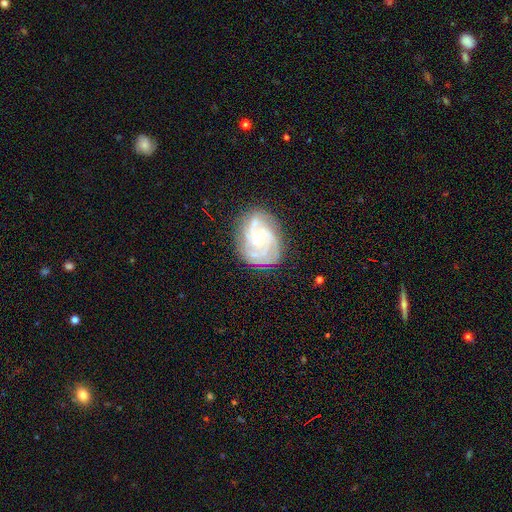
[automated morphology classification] featured or disk 82%, smooth 11%, star or artifact 7%. Down the decision tree: edge-on disk — no (97%); bar — no (74%); spiral arms — yes (96%); spiral arm count — 3 (28%); spiral winding — tight (64%); bulge size — small (69%); merging — none (74%).